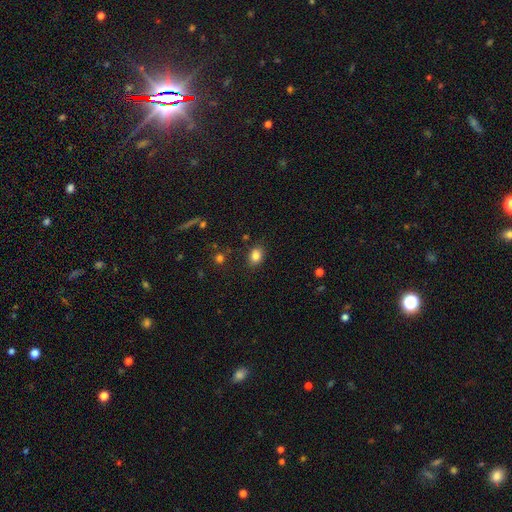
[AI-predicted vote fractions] smooth 83%, star or artifact 11%, featured or disk 7%. Down the decision tree: how rounded — in between (66%); merging — none (85%).